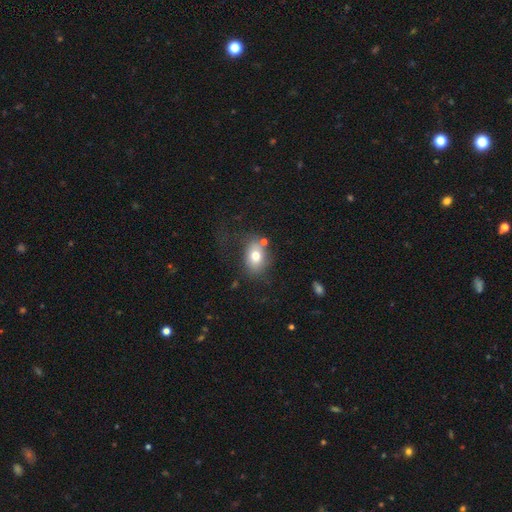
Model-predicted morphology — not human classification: type=smooth (73%); roundness=in between (72%); merging=none (60%).